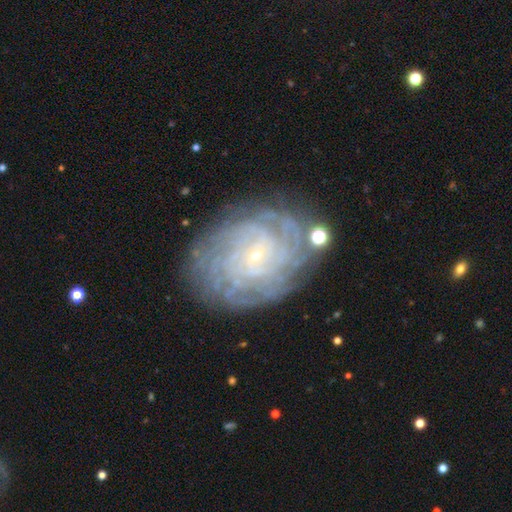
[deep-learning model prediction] This appears to be a featured or disk galaxy (84%) with no bar (66%), tight (80%) spiral arms (95%) and a small central bulge (89%). Merging: none (77%).